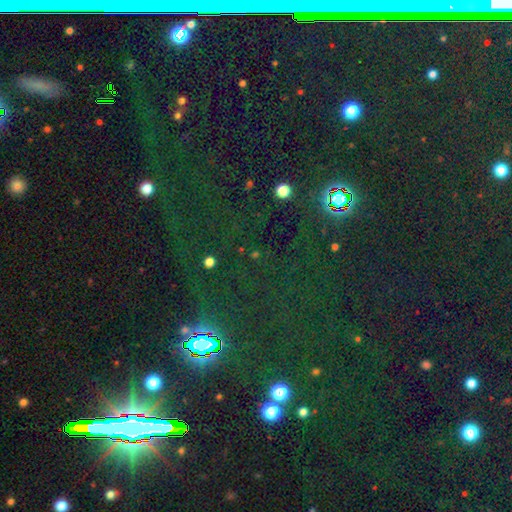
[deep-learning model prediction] Smooth or featured: star or artifact — 79% (smooth — 14%)